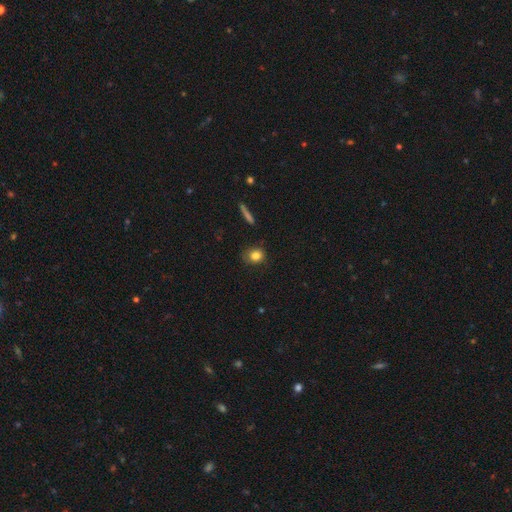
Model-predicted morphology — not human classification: smooth 82%, star or artifact 9%, featured or disk 9%. Down the decision tree: how rounded — round (68%); merging — none (76%).